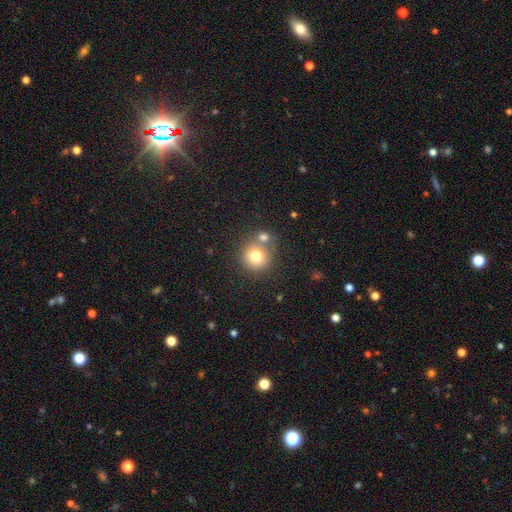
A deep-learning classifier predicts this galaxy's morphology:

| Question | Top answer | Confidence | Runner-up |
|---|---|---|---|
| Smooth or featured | smooth | 75% | featured or disk (13%) |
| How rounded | round | 90% | in between (9%) |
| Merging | none | 61% | merger (26%) |